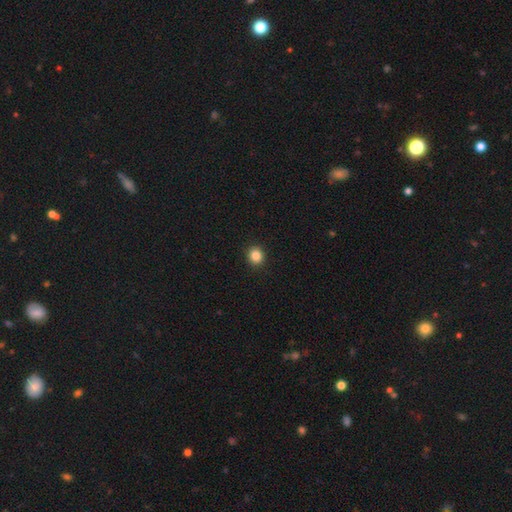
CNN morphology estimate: Smooth or featured? Predicted: smooth (p=0.86). How rounded? Predicted: round (p=0.86). Merging? Predicted: none (p=0.92).